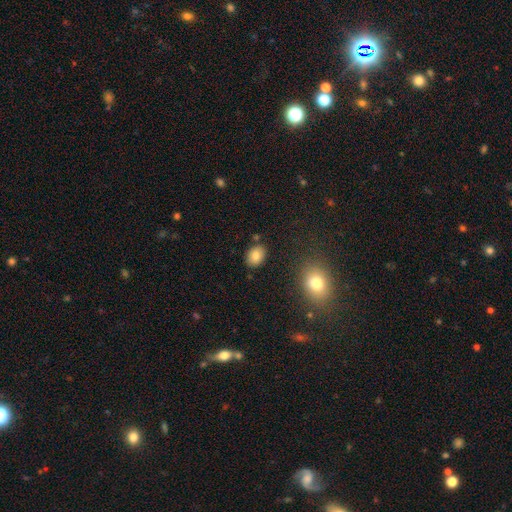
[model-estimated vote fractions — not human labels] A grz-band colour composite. It shows a smooth galaxy with no disk features (82%) that is in between round and cigar-shaped (74%). Merging: none (84%).